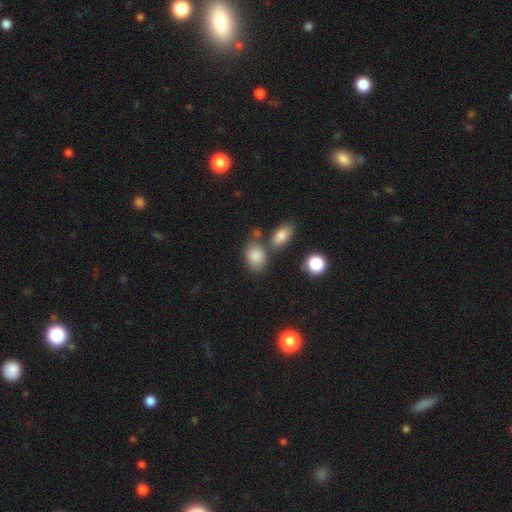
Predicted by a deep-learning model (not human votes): Q: Smooth or featured?
A: smooth (83%); runner-up: star or artifact (9%)
Q: How rounded?
A: in between (81%); runner-up: round (17%)
Q: Merging?
A: none (61%); runner-up: merger (20%)